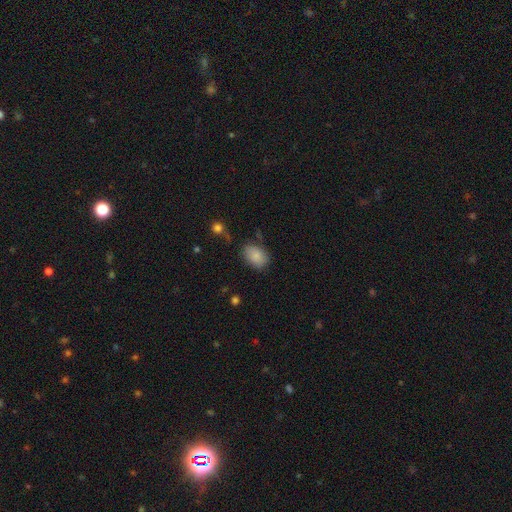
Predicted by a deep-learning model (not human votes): A smooth galaxy with no disk features (85%) that is in between round and cigar-shaped (84%). Merging: none (72%).